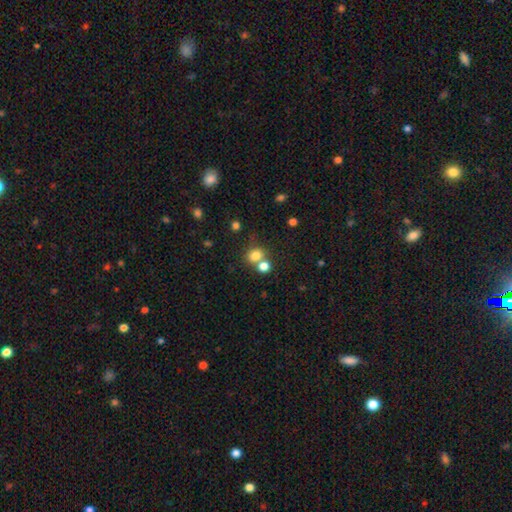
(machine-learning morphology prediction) smooth 77%, star or artifact 15%, featured or disk 8%. Down the decision tree: how rounded — round (69%); merging — none (52%).